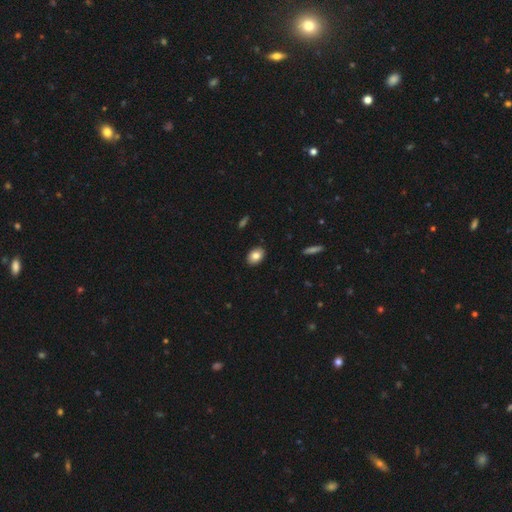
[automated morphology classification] Overall: smooth (83%). How rounded: in between (80%). Merging: none (90%).